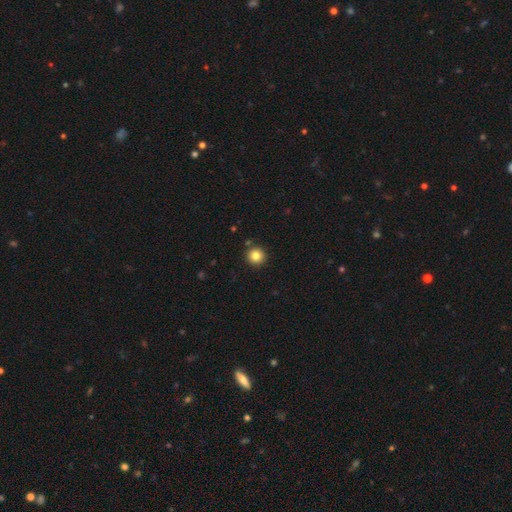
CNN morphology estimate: Smooth or featured? Predicted: smooth (p=0.83). How rounded? Predicted: round (p=0.95). Merging? Predicted: none (p=0.89).